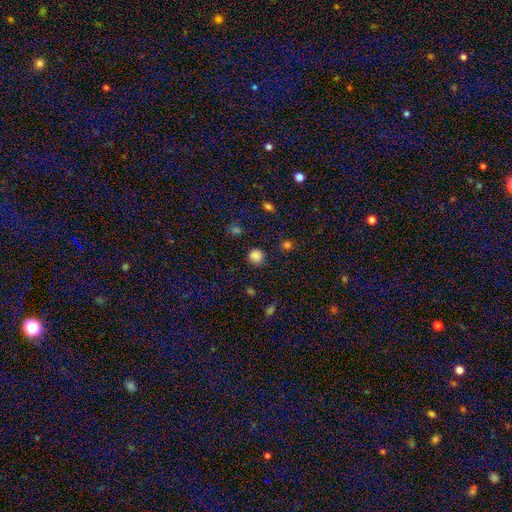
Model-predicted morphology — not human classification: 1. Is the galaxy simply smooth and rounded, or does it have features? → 83% smooth, 14% star or artifact, 4% featured or disk.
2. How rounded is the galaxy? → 91% round, 8% in between, 1% cigar-shaped.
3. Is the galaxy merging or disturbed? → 84% none, 11% minor disturbance, 3% major disturbance, 2% merger.